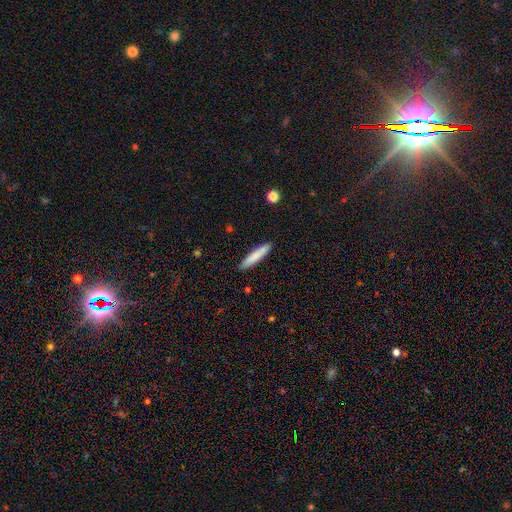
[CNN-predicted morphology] Q: Smooth or featured?
A: smooth (82%); runner-up: featured or disk (12%)
Q: How rounded?
A: cigar-shaped (89%); runner-up: in between (10%)
Q: Merging?
A: none (90%); runner-up: minor disturbance (7%)